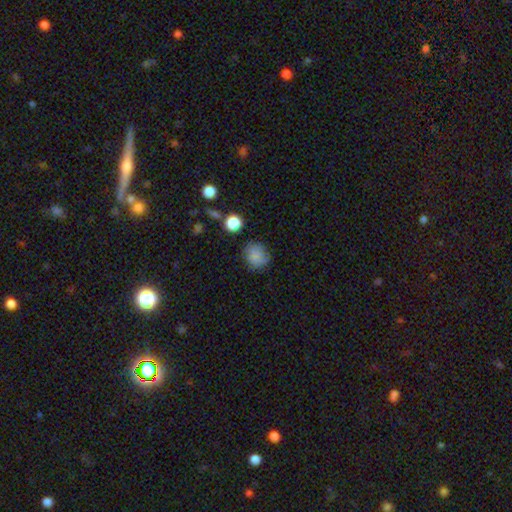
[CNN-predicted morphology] Smooth or featured? smooth (78%)
How rounded? round (76%)
Merging? none (69%)